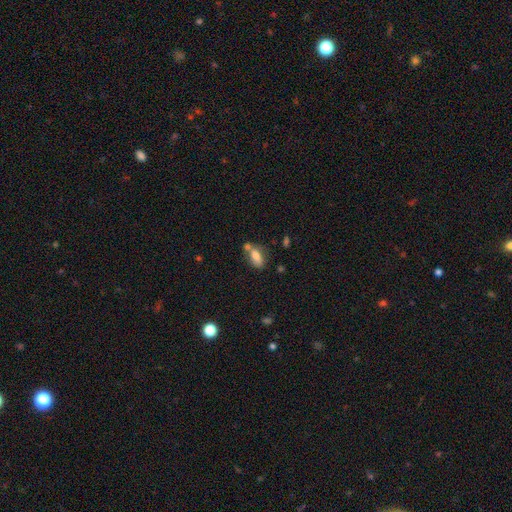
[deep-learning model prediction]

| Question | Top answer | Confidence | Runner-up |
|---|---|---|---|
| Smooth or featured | smooth | 73% | featured or disk (18%) |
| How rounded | in between | 84% | cigar-shaped (10%) |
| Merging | none | 45% | merger (32%) |